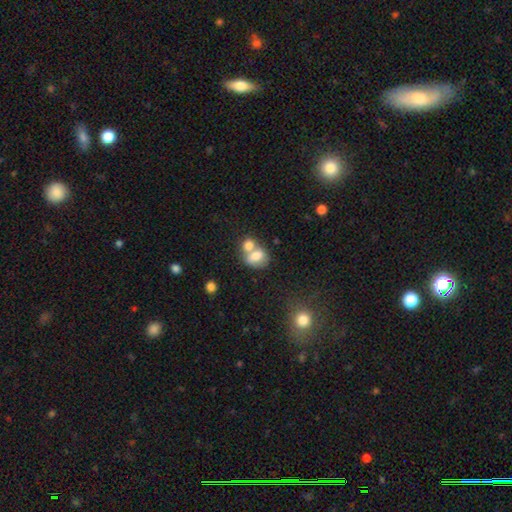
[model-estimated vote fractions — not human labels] This is likely a smooth galaxy (72%). How rounded: possibly in between (59%). Merging: likely merger (62%).